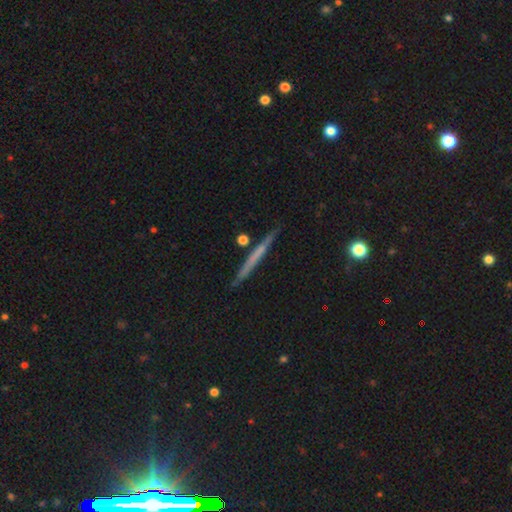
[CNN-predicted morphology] Overall: featured or disk (48%; smooth 45%). Merging: none (87%).